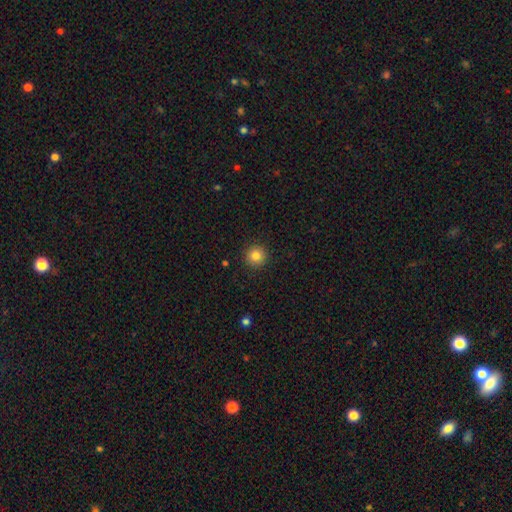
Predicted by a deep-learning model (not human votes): Smooth or featured? Predicted: smooth (p=0.83). How rounded? Predicted: round (p=0.95). Merging? Predicted: none (p=0.92).